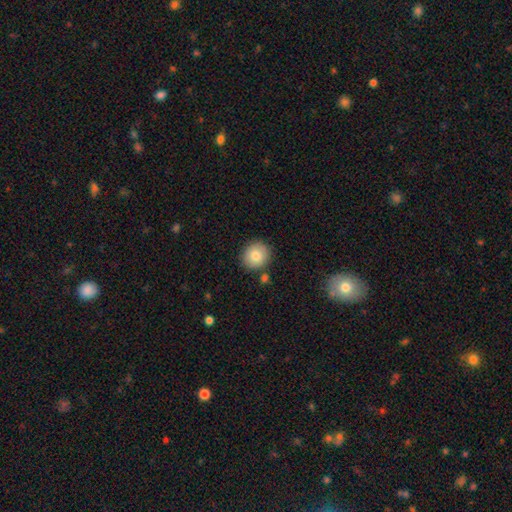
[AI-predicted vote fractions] This appears to be a smooth galaxy with no disk features (82%) that is round (83%). Merging: none (82%).